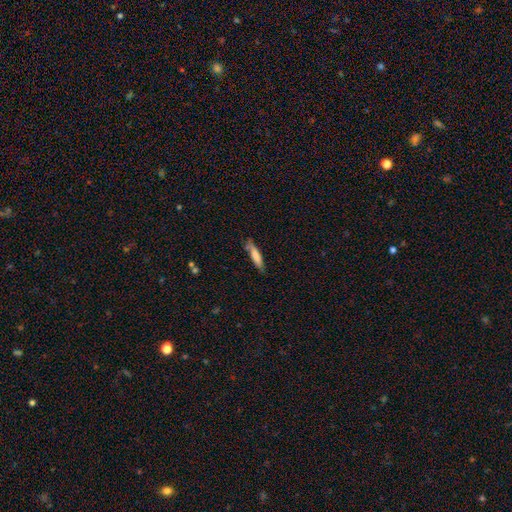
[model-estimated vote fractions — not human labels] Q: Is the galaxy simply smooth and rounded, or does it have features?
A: smooth — 75%.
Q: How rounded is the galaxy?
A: cigar-shaped — 81%.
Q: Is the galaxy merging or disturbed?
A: none — 72%.